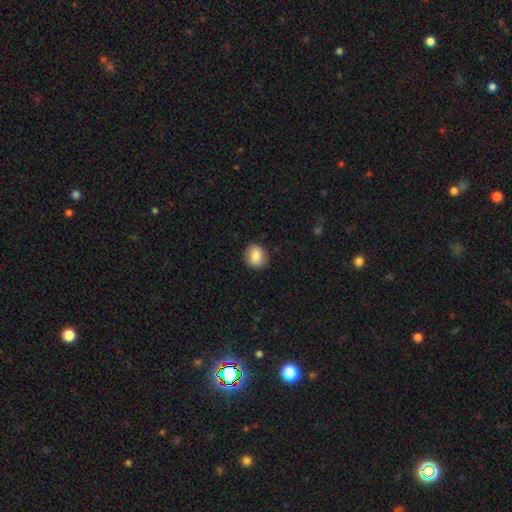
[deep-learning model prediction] A smooth galaxy with no disk features (85%) that is round (68%). Merging: none (88%).